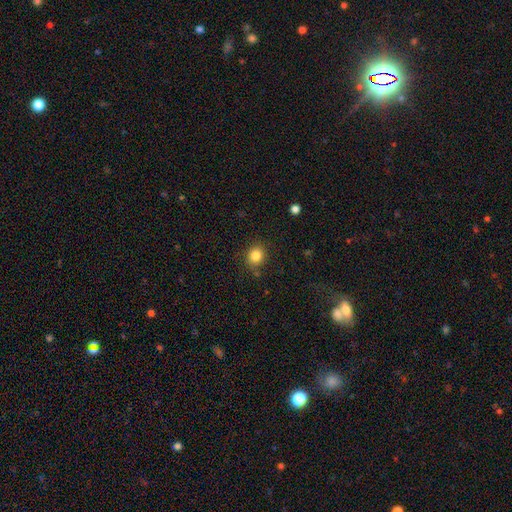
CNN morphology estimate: This appears to be a smooth galaxy with no disk features (83%) that is round (78%). Merging: none (87%).